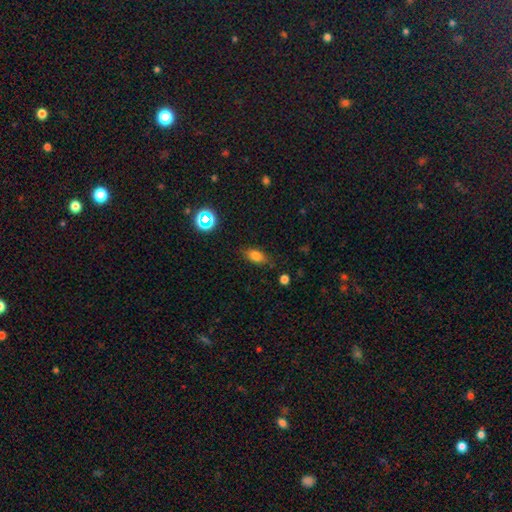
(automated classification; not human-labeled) A smooth galaxy with no disk features (75%) that is in between round and cigar-shaped (80%).

Vote fractions:
- Smooth or featured? smooth: 75% / featured or disk: 13% / star or artifact: 13%
- How rounded? in between: 80% / cigar-shaped: 12% / round: 9%
- Merging? none: 78% / minor disturbance: 16% / major disturbance: 4% / merger: 2%